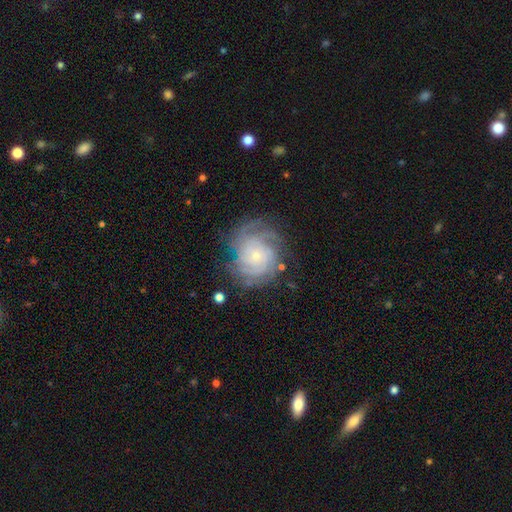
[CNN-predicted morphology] Q: Smooth or featured?
A: featured or disk (82%); runner-up: smooth (10%)
Q: Edge-on disk?
A: no (98%); runner-up: yes (2%)
Q: Bar?
A: no (79%); runner-up: weak (18%)
Q: Spiral arms?
A: yes (96%); runner-up: no (4%)
Q: Spiral winding?
A: tight (72%); runner-up: medium (23%)
Q: Spiral arm count?
A: can't tell (33%); runner-up: 4 (21%)
Q: Bulge size?
A: small (80%); runner-up: moderate (15%)
Q: Merging?
A: none (73%); runner-up: minor disturbance (17%)